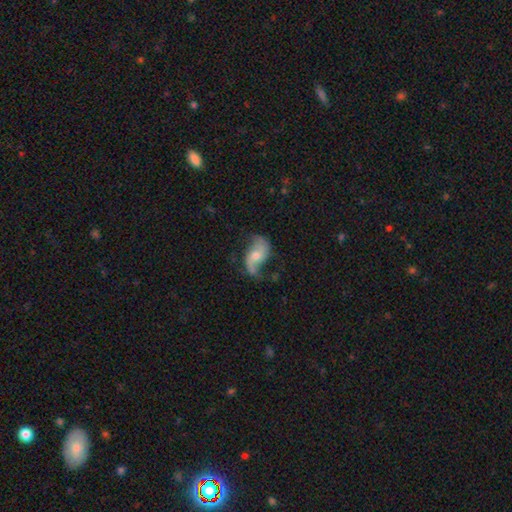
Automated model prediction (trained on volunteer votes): Smooth or featured? Predicted: featured or disk (p=0.77). Edge-on disk? Predicted: no (p=0.96). Bar? Predicted: no (p=0.61). Spiral arms? Predicted: yes (p=0.92). Spiral winding? Predicted: loose (p=0.72). Spiral arm count? Predicted: 2 (p=0.88). Bulge size? Predicted: moderate (p=0.57). Merging? Predicted: none (p=0.58).